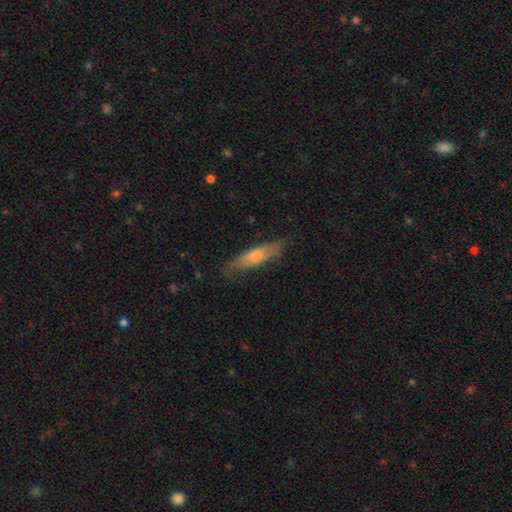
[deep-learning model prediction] Smooth or featured? smooth (54%)
How rounded? cigar-shaped (72%)
Merging? none (74%)